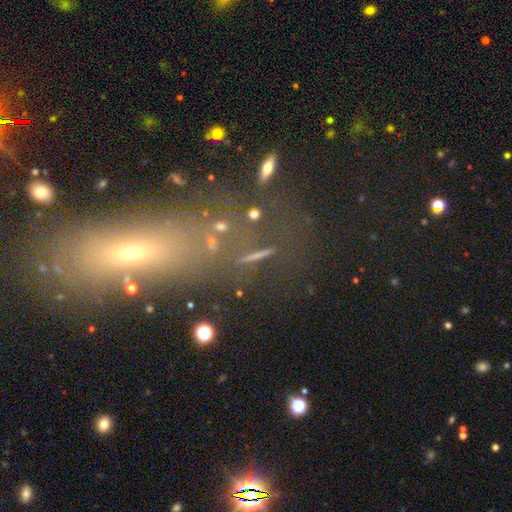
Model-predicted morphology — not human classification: star or artifact 33% (tied), smooth 33% (tied), featured or disk 33% (tied).